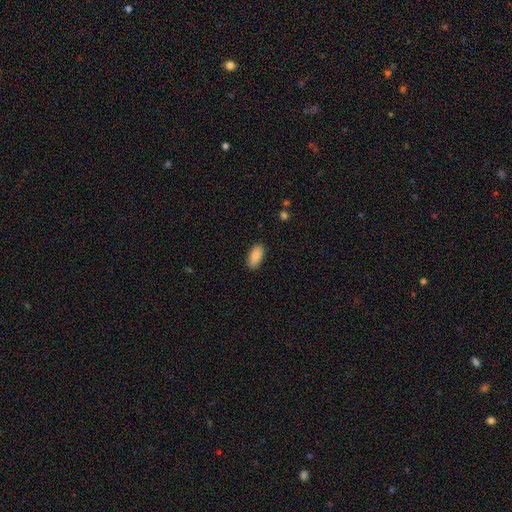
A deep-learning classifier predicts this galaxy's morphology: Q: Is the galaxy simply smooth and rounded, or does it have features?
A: smooth — 89%.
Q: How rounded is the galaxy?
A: in between — 92%.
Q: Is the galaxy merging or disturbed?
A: none — 87%.